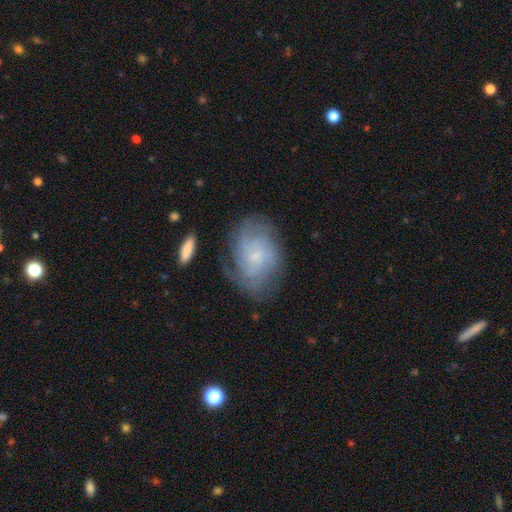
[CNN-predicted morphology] The model was most divided on "spiral winding": tight: 49%, medium: 36%, loose: 15%. Remaining: edge-on disk — no (96%); spiral arms — yes (87%); bulge size — small (73%); bar — no (70%); merging — none (66%); smooth or featured — featured or disk (64%); spiral arm count — can't tell (48%).